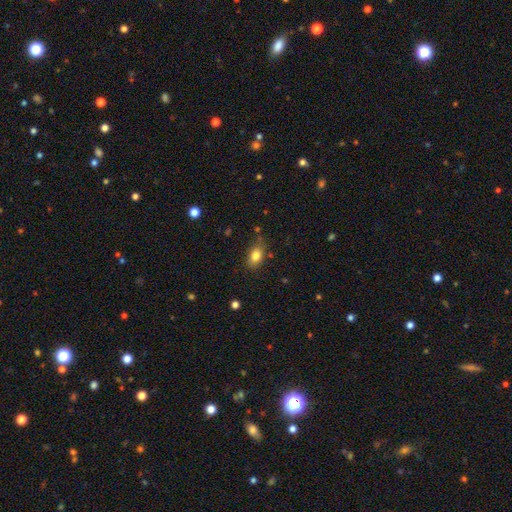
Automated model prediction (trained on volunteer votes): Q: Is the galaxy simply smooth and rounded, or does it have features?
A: smooth — 82%.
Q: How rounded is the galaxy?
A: in between — 83%.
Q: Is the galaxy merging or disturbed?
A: none — 76%.